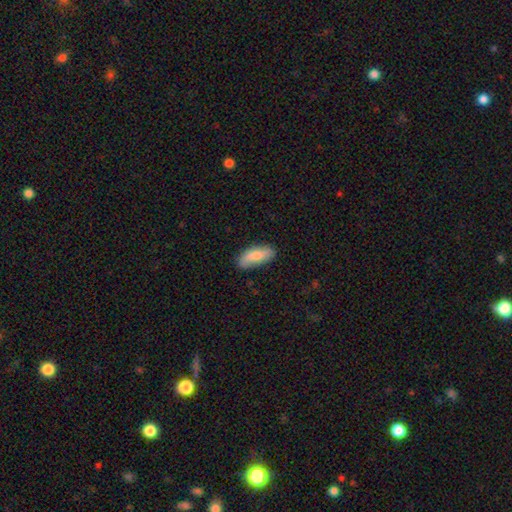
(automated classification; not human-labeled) smooth-or-featured: smooth: 74% | featured or disk: 20% | star or artifact: 6%
  how-rounded: in between: 79% | cigar-shaped: 18% | round: 2%
  merging: none: 78% | minor disturbance: 17% | major disturbance: 3% | merger: 1%